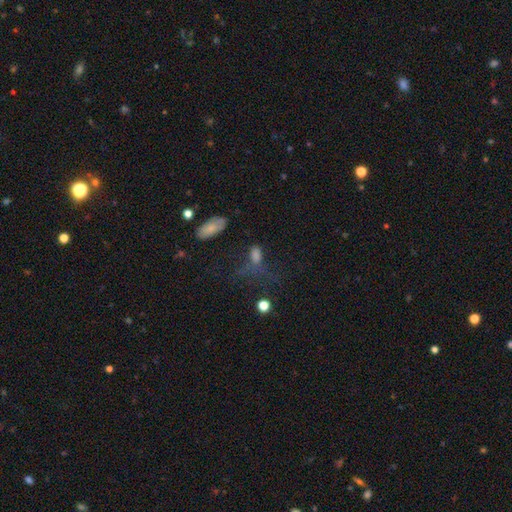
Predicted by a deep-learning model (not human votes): Smooth or featured? smooth (54%)
How rounded? in between (64%)
Merging? none (37%)